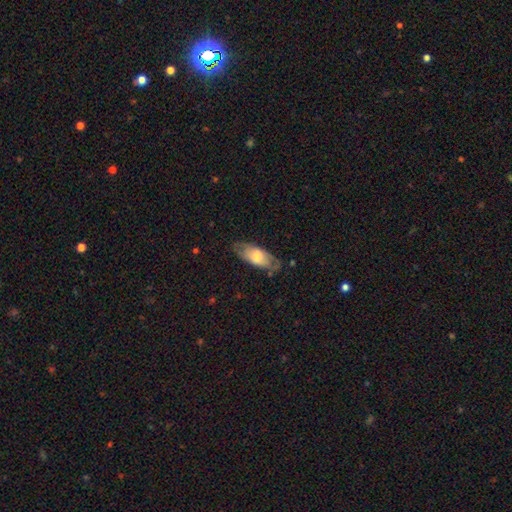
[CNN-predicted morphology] A smooth galaxy with no disk features (58%) that is in between round and cigar-shaped (82%).

Vote fractions:
- Smooth or featured? smooth: 58% / featured or disk: 36% / star or artifact: 6%
- How rounded? in between: 82% / cigar-shaped: 15% / round: 2%
- Merging? none: 68% / minor disturbance: 24% / major disturbance: 7% / merger: 1%